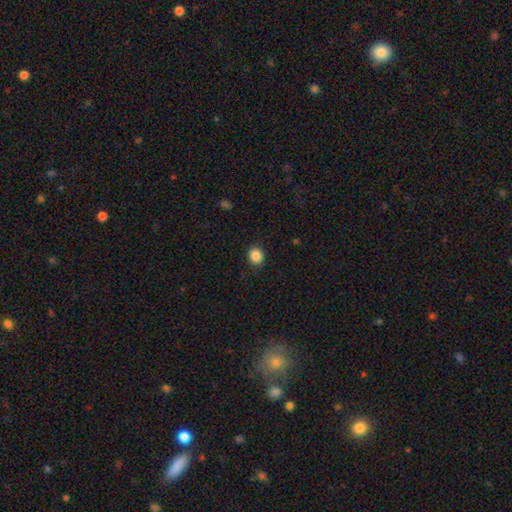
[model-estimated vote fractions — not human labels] A smooth galaxy with no disk features (87%) that is round (75%).

Vote fractions:
- Smooth or featured? smooth: 87% / star or artifact: 10% / featured or disk: 3%
- How rounded? round: 75% / in between: 25% / cigar-shaped: 1%
- Merging? none: 91% / minor disturbance: 7% / major disturbance: 2% / merger: 1%